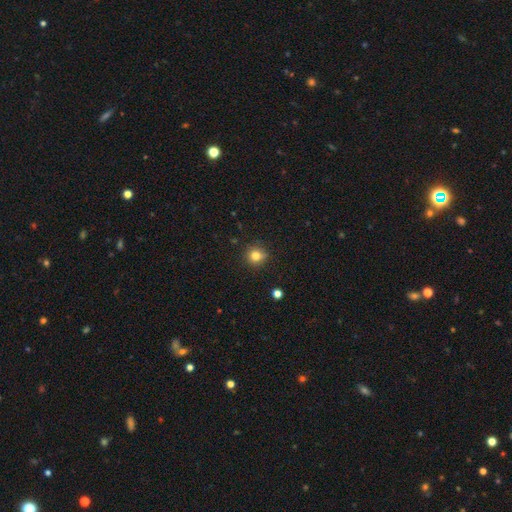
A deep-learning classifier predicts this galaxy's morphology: This is clearly a smooth galaxy (80%). How rounded: clearly round (88%). Merging: clearly none (85%).